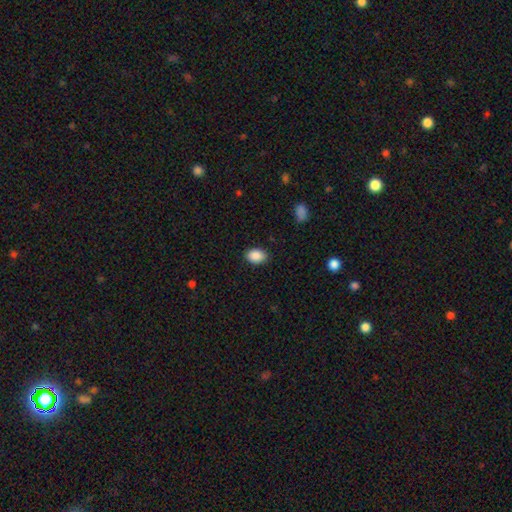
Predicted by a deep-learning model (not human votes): Smooth or featured: smooth — 89% (star or artifact — 8%)
How rounded: in between — 81% (round — 18%)
Merging: none — 87% (minor disturbance — 10%)